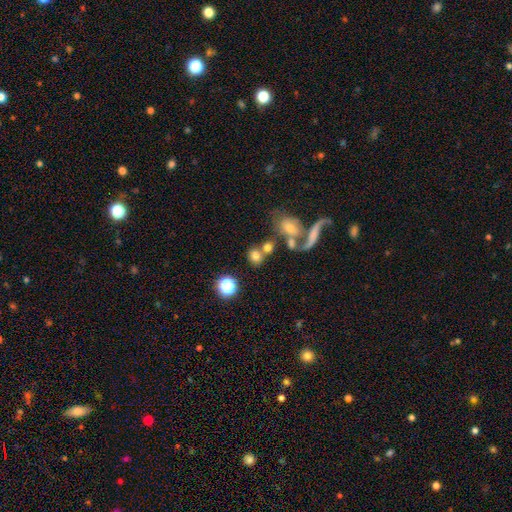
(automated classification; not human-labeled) smooth_or_featured: smooth (p=0.72) [alt: star or artifact p=0.15]
how_rounded: round (p=0.62) [alt: in between p=0.36]
merging: none (p=0.46) [alt: merger p=0.35]